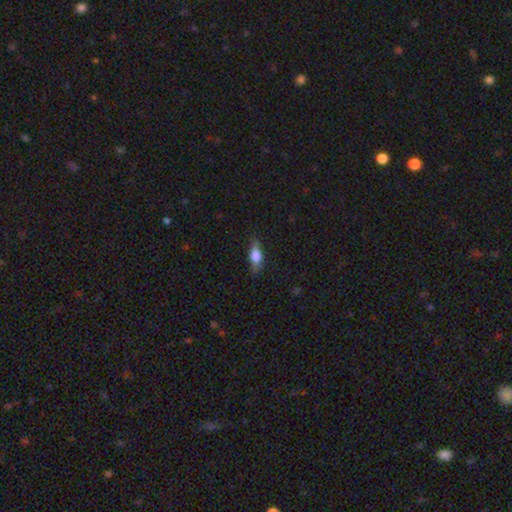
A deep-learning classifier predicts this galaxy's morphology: smooth_or_featured: smooth (p=0.61) [alt: featured or disk p=0.31]
how_rounded: in between (p=0.64) [alt: cigar-shaped p=0.28]
merging: none (p=0.74) [alt: minor disturbance p=0.20]